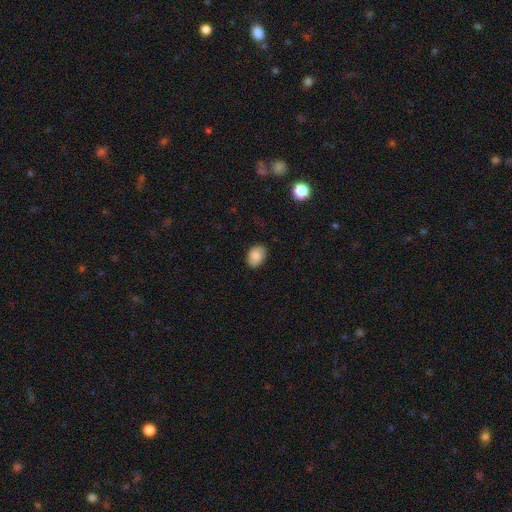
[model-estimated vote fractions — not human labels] A smooth galaxy with no disk features (84%) that is in between round and cigar-shaped (74%).

Vote fractions:
- Smooth or featured? smooth: 84% / star or artifact: 8% / featured or disk: 8%
- How rounded? in between: 74% / round: 25% / cigar-shaped: 1%
- Merging? none: 81% / minor disturbance: 15% / major disturbance: 3% / merger: 1%